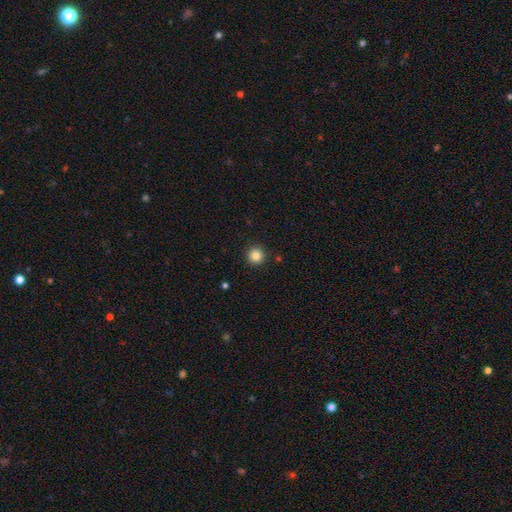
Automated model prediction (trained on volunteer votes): This appears to be a smooth galaxy with no disk features (85%) that is round (96%). Merging: none (92%).